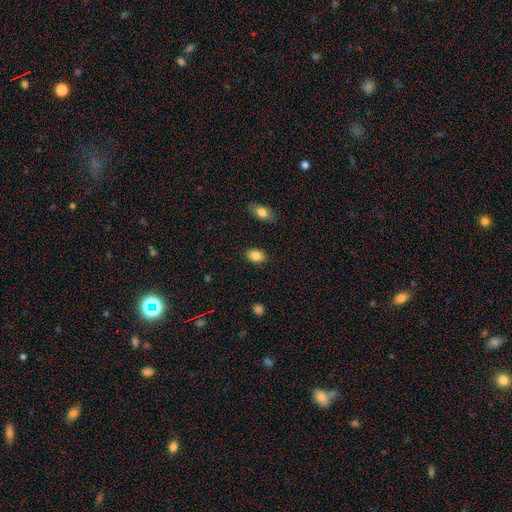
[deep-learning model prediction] smooth 85%, star or artifact 8%, featured or disk 7%. Down the decision tree: how rounded — in between (86%); merging — none (87%).